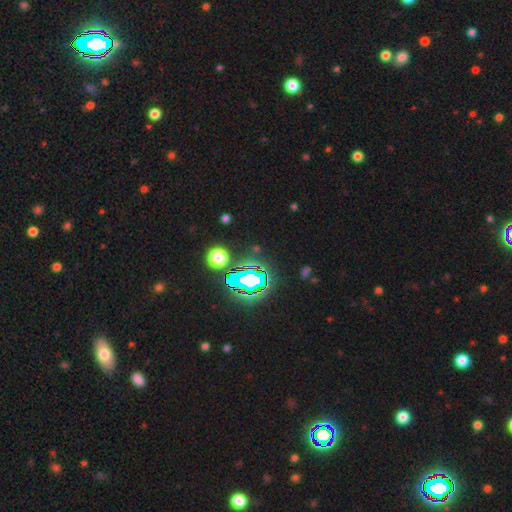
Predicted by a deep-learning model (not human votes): Smooth or featured? Predicted: star or artifact (p=0.80).